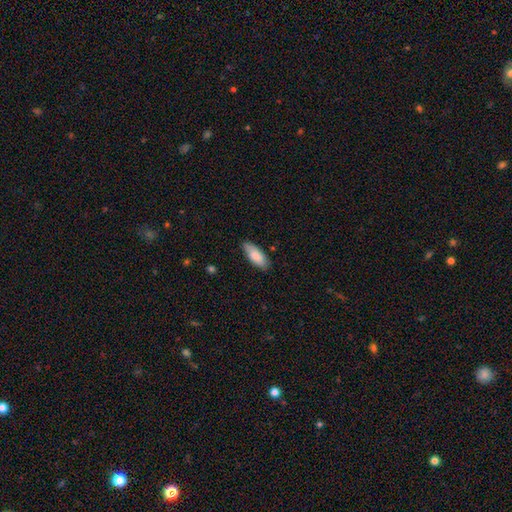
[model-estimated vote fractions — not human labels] Q: Smooth or featured?
A: smooth (85%); runner-up: featured or disk (9%)
Q: How rounded?
A: in between (77%); runner-up: cigar-shaped (22%)
Q: Merging?
A: none (80%); runner-up: minor disturbance (16%)